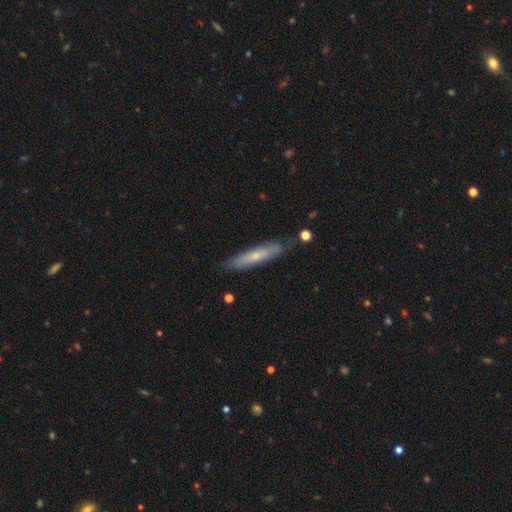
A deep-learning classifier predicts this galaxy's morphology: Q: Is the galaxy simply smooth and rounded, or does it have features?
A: smooth — 55%.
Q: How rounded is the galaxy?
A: cigar-shaped — 87%.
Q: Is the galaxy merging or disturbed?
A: none — 79%.